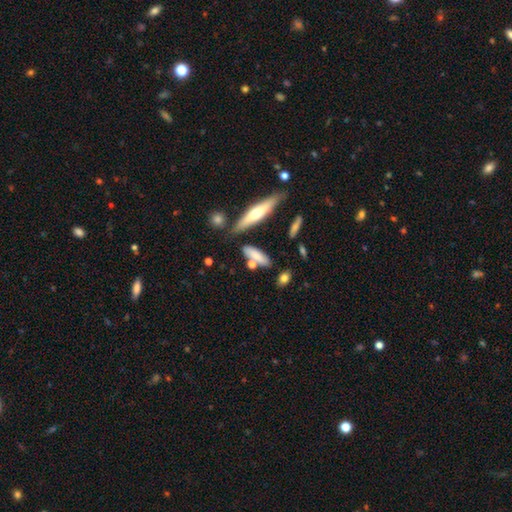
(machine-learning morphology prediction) Smooth or featured? smooth (70%)
How rounded? cigar-shaped (51%)
Merging? none (64%)